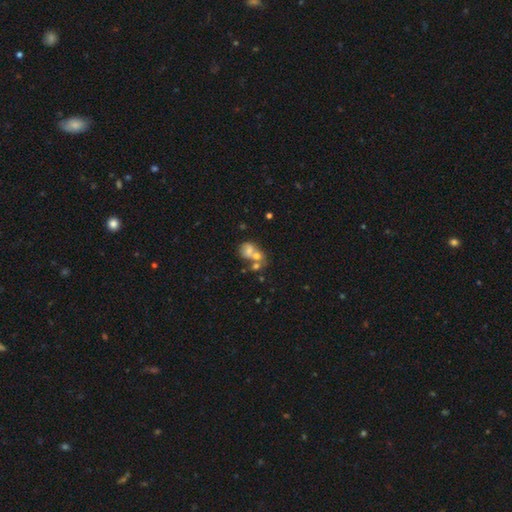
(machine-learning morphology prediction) This is possibly a smooth galaxy (54%). How rounded: possibly in between (51%). Merging: likely merger (60%).